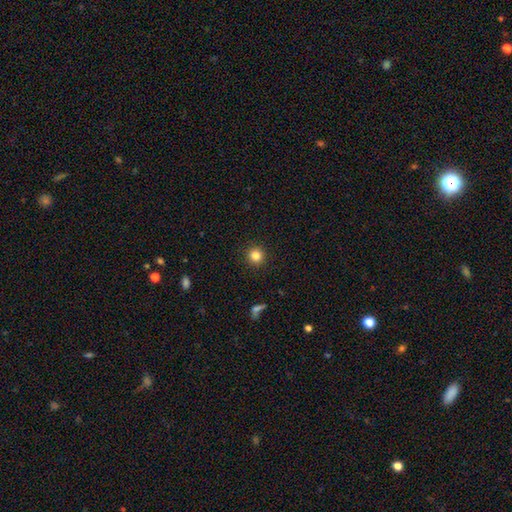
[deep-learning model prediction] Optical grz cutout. It shows a smooth galaxy with no disk features (84%) that is round (93%). Merging: none (92%).